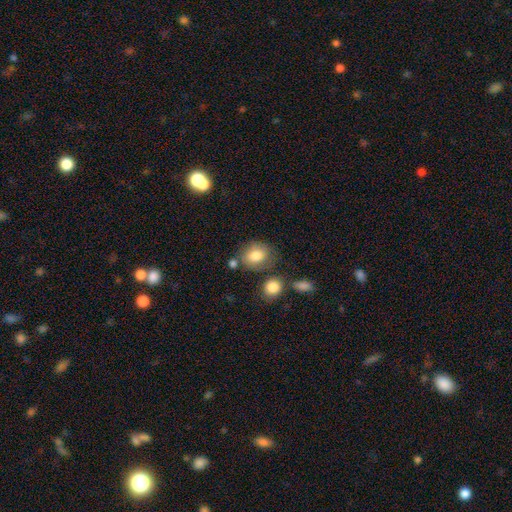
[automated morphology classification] smooth-or-featured: smooth: 80% | featured or disk: 11% | star or artifact: 8%
  how-rounded: in between: 50% | round: 48% | cigar-shaped: 1%
  merging: none: 65% | minor disturbance: 18% | merger: 11% | major disturbance: 6%